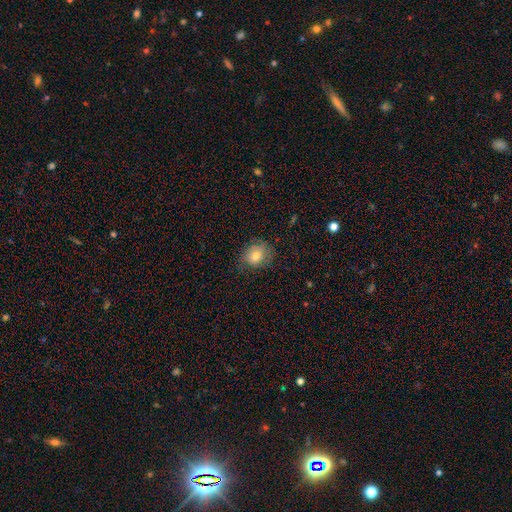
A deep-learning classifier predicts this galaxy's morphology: A smooth galaxy with no disk features (74%) that is round (55%). Merging: none (69%).